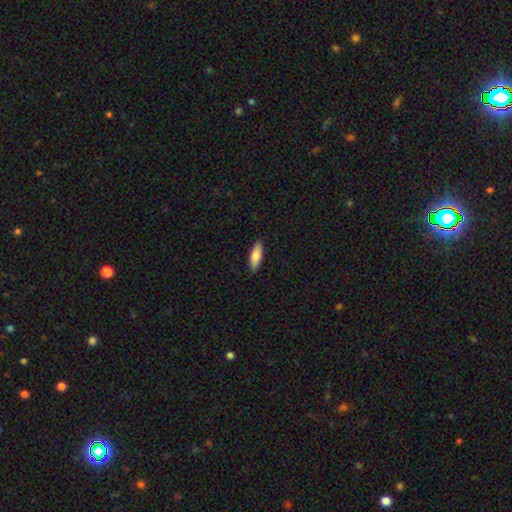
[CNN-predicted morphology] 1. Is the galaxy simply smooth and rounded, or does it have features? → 81% smooth, 13% featured or disk, 6% star or artifact.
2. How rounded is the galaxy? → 56% in between, 42% cigar-shaped, 2% round.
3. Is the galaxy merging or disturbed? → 88% none, 9% minor disturbance, 2% major disturbance, 1% merger.